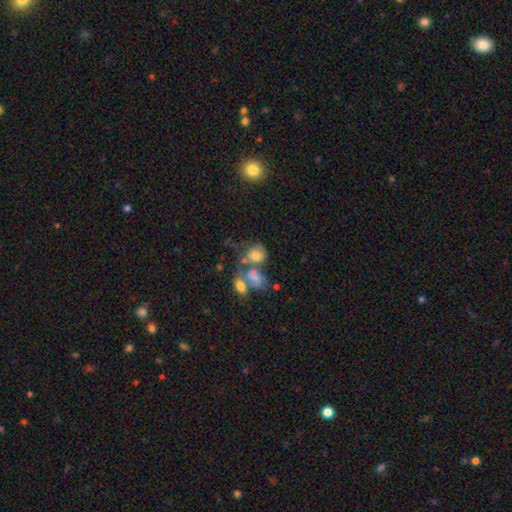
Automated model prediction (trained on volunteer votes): Morphology: type=smooth (62%); roundness=in between (51%); merging=merger (49%).